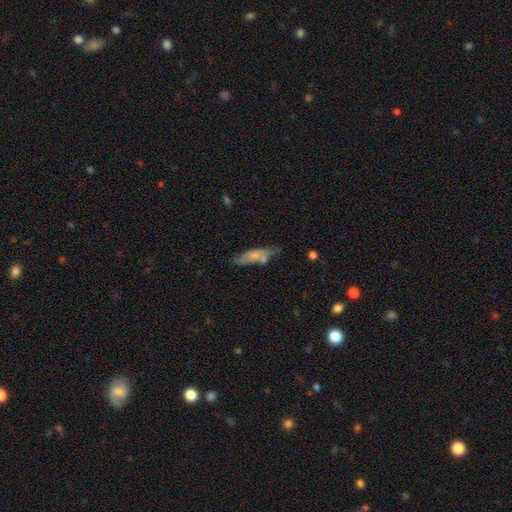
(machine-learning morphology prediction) smooth 59%, featured or disk 34%, star or artifact 7%. Down the decision tree: how rounded — cigar-shaped (63%); merging — none (52%).